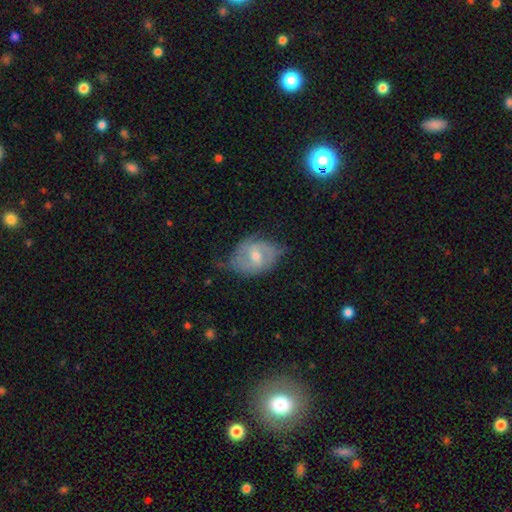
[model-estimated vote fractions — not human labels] Overall: featured or disk (60%; smooth 33%). Edge-on disk: no (95%). Bar: weak (51%; no 32%). Spiral arms: yes (72%). Bulge size: moderate (57%; small 39%). Merging: none (51%; minor disturbance 36%).